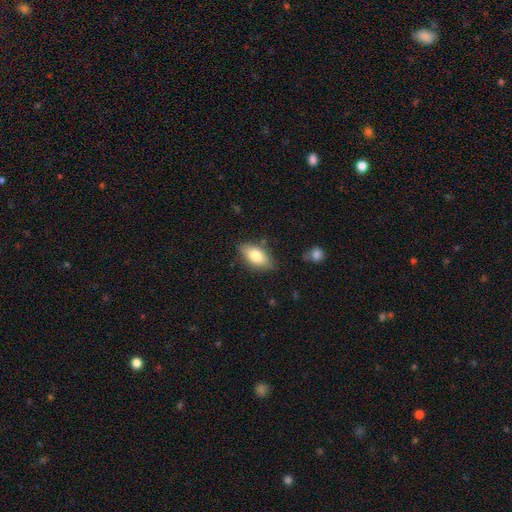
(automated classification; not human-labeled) Smooth or featured?
  - smooth: 78% *
  - featured or disk: 16%
  - star or artifact: 7%
How rounded?
  - in between: 88% *
  - cigar-shaped: 8%
  - round: 4%
Merging?
  - none: 80% *
  - minor disturbance: 15%
  - major disturbance: 3%
  - merger: 2%